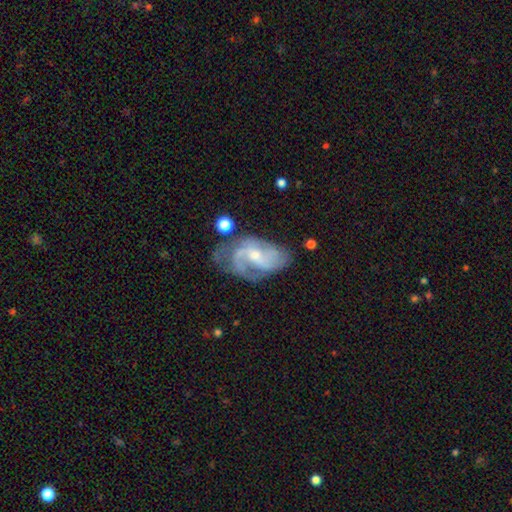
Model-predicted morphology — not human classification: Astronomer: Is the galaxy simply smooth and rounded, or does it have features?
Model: featured or disk — 80%.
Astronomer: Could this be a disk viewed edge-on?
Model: no — 97%.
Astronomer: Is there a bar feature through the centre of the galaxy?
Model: no — 51% (runner-up: weak, 40%).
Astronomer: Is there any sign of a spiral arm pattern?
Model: yes — 90%.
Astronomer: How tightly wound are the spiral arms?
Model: medium — 47% (runner-up: tight, 28%).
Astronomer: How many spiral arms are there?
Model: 2 — 39% (runner-up: can't tell, 23%).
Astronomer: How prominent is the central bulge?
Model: small — 54% (runner-up: moderate, 39%).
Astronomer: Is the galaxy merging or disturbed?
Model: none — 45% (runner-up: minor disturbance, 25%).